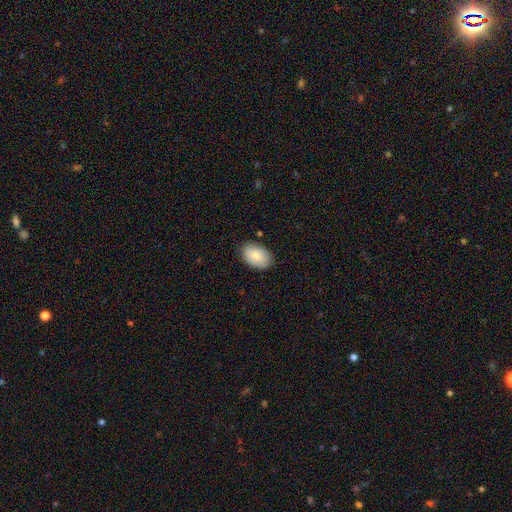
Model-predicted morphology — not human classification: Q: Smooth or featured?
A: smooth (81%); runner-up: featured or disk (12%)
Q: How rounded?
A: in between (88%); runner-up: round (11%)
Q: Merging?
A: none (83%); runner-up: minor disturbance (14%)